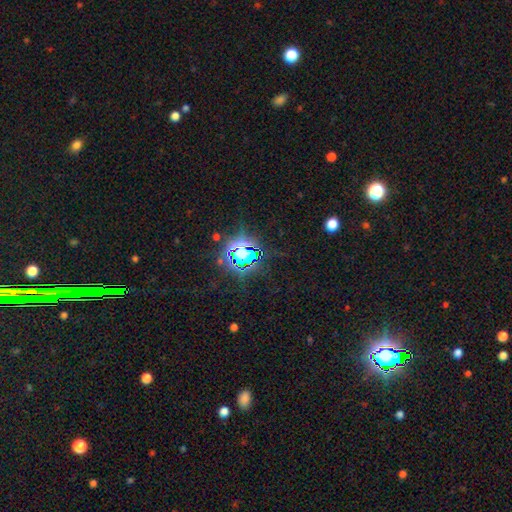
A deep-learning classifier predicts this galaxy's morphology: Smooth or featured? star or artifact (81%)